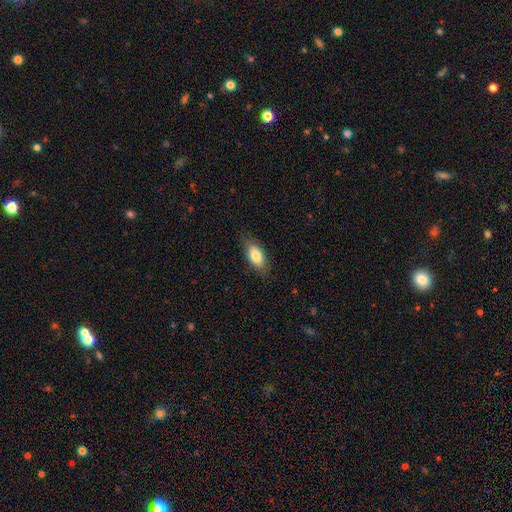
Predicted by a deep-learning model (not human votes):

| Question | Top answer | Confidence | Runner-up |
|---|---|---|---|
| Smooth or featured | smooth | 80% | featured or disk (13%) |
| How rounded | in between | 86% | cigar-shaped (10%) |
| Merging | none | 82% | minor disturbance (13%) |